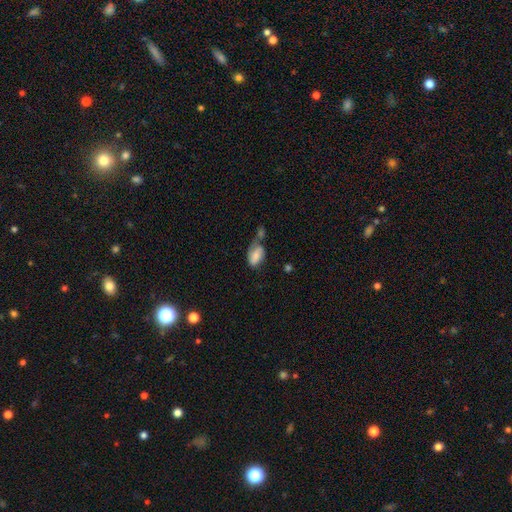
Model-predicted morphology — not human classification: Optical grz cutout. It shows a smooth galaxy with no disk features (68%) that is in between round and cigar-shaped (91%). Merging: merger (40%).